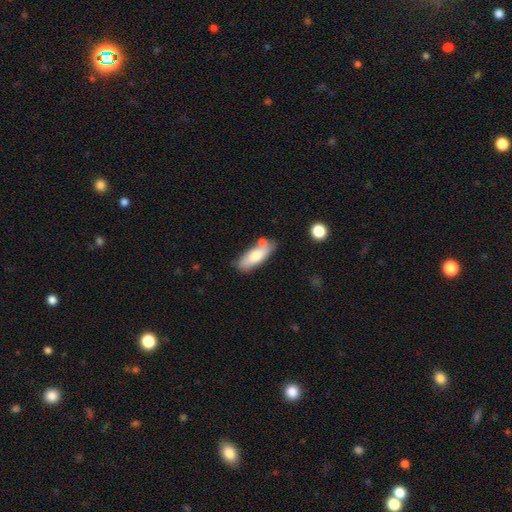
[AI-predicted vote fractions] Overall: smooth (72%). How rounded: in between (71%). Merging: none (66%).